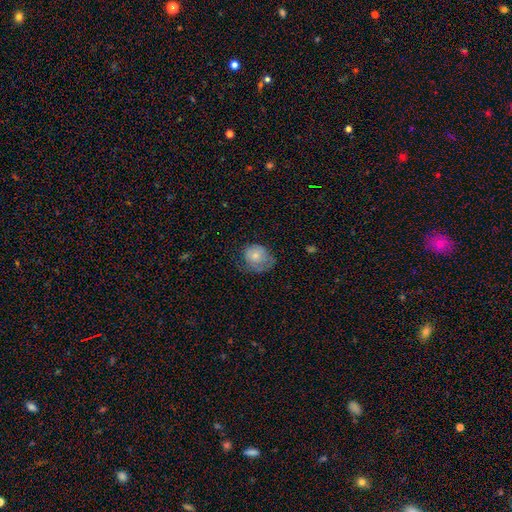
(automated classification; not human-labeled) Smooth or featured? smooth (65%)
How rounded? round (60%)
Merging? none (44%)